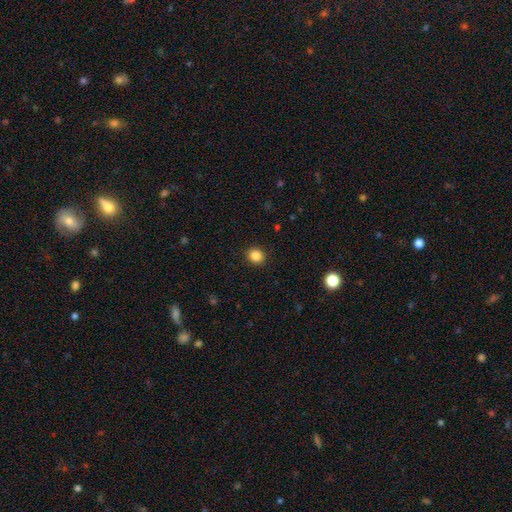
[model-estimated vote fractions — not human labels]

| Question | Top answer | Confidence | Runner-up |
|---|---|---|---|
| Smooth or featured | smooth | 85% | star or artifact (11%) |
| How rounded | round | 83% | in between (16%) |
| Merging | none | 91% | minor disturbance (6%) |